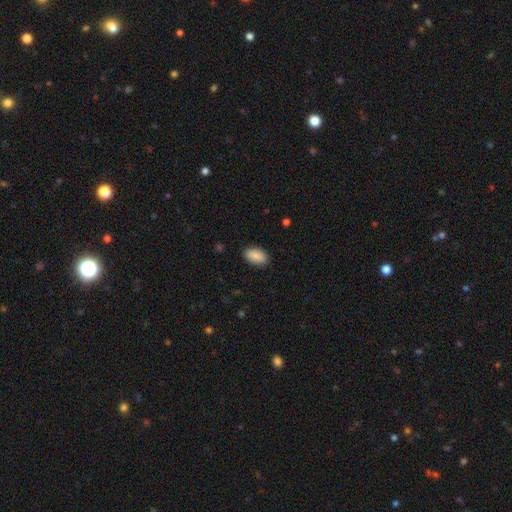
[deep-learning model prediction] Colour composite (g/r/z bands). It shows a smooth galaxy with no disk features (89%) that is in between round and cigar-shaped (94%). Merging: none (87%).